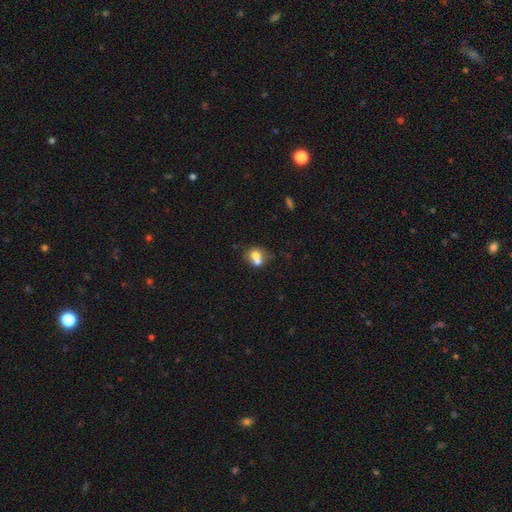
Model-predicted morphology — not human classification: Smooth or featured? smooth (69%)
How rounded? round (63%)
Merging? merger (55%)